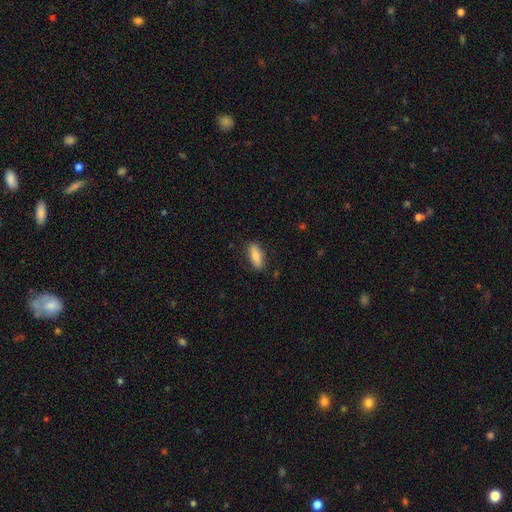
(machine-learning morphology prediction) smooth_or_featured: smooth (p=0.77) [alt: featured or disk p=0.16]
how_rounded: in between (p=0.75) [alt: cigar-shaped p=0.23]
merging: none (p=0.84) [alt: minor disturbance p=0.12]